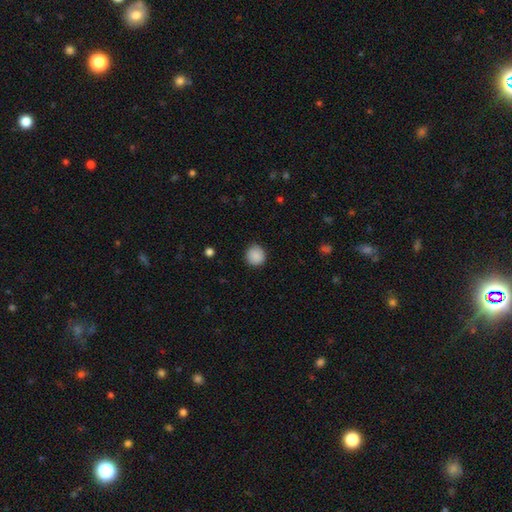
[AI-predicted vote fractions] Overall: smooth (89%). How rounded: round (92%). Merging: none (86%).